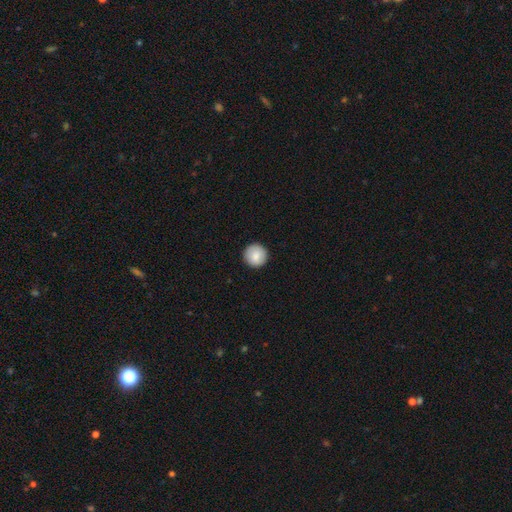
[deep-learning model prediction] Overall: smooth (86%). How rounded: round (96%). Merging: none (91%).